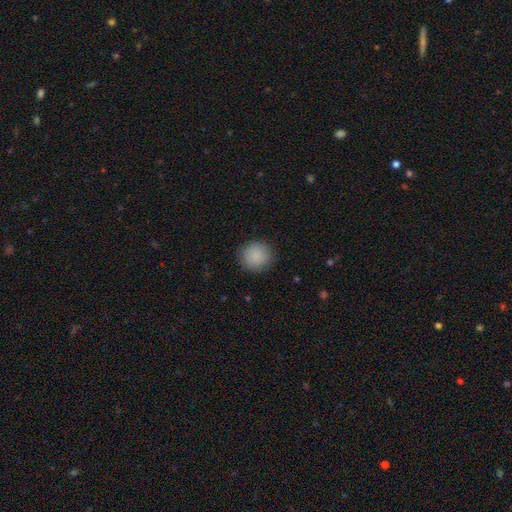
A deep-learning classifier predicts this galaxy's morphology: smooth_or_featured: smooth (p=0.89) [alt: star or artifact p=0.07]
how_rounded: round (p=0.91) [alt: in between p=0.08]
merging: none (p=0.88) [alt: minor disturbance p=0.08]